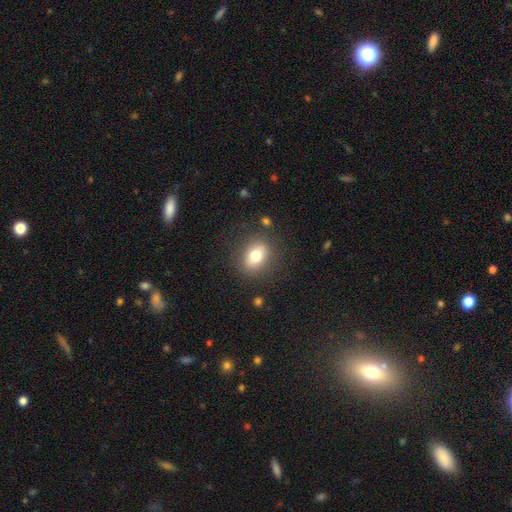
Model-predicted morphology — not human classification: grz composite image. It shows a smooth galaxy with no disk features (76%) that is in between round and cigar-shaped (63%). Merging: none (84%).